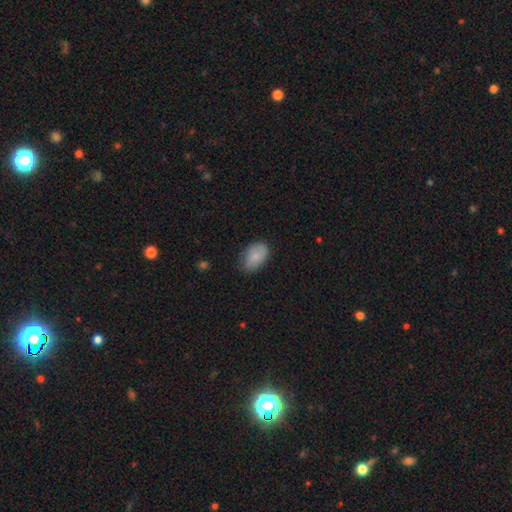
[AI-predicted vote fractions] This appears to be a smooth galaxy with no disk features (82%) that is in between round and cigar-shaped (91%). Merging: none (69%).